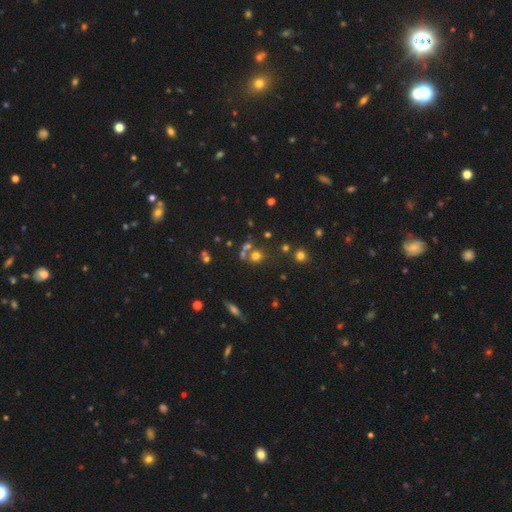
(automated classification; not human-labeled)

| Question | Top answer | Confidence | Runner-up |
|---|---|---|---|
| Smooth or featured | smooth | 62% | star or artifact (25%) |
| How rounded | round | 84% | in between (15%) |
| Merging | none | 59% | merger (27%) |